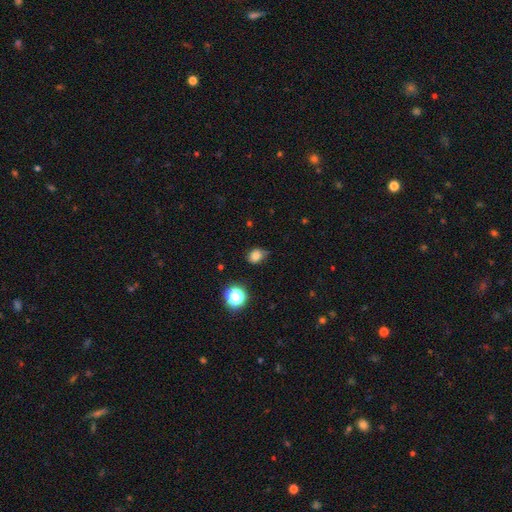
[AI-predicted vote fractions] Smooth or featured? smooth (78%)
How rounded? round (56%)
Merging? none (66%)